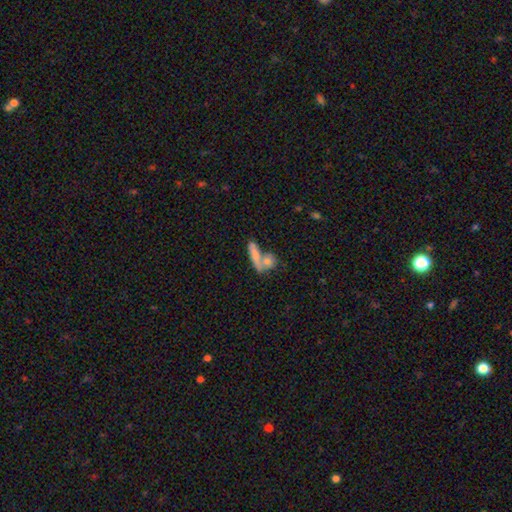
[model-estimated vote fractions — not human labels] A smooth galaxy with no disk features (69%) that is cigar-shaped (47%).

Vote fractions:
- Smooth or featured? smooth: 69% / featured or disk: 22% / star or artifact: 9%
- How rounded? cigar-shaped: 47% / in between: 43% / round: 10%
- Merging? merger: 49% / none: 36% / minor disturbance: 10% / major disturbance: 6%